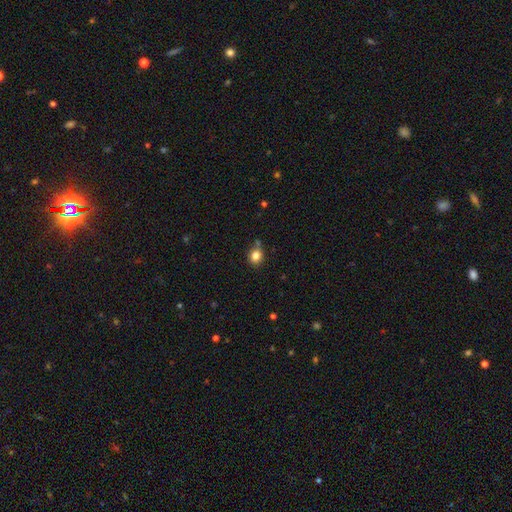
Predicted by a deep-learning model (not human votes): A smooth galaxy with no disk features (82%) that is round (74%).

Vote fractions:
- Smooth or featured? smooth: 82% / star or artifact: 11% / featured or disk: 6%
- How rounded? round: 74% / in between: 25% / cigar-shaped: 1%
- Merging? none: 74% / minor disturbance: 15% / merger: 8% / major disturbance: 3%